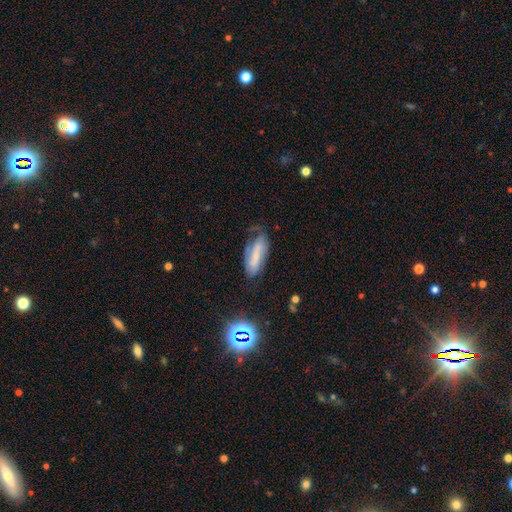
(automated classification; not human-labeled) Morphology: type=featured or disk (44%, tied with smooth); merging=none (44%).